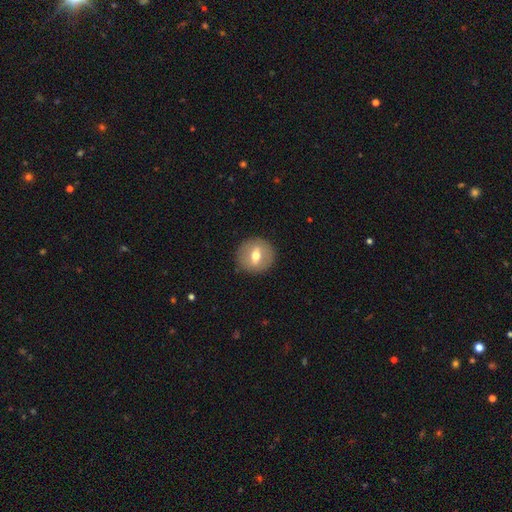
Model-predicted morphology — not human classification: Smooth or featured? Predicted: smooth (p=0.52). How rounded? Predicted: round (p=0.83). Merging? Predicted: none (p=0.88).